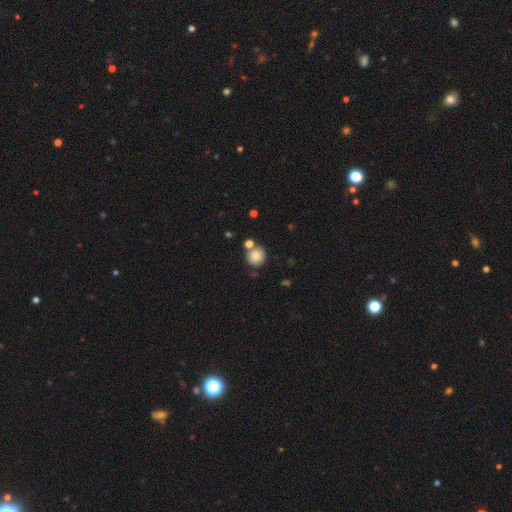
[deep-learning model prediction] Q: Smooth or featured?
A: smooth (84%); runner-up: star or artifact (10%)
Q: How rounded?
A: round (92%); runner-up: in between (7%)
Q: Merging?
A: none (71%); runner-up: merger (17%)